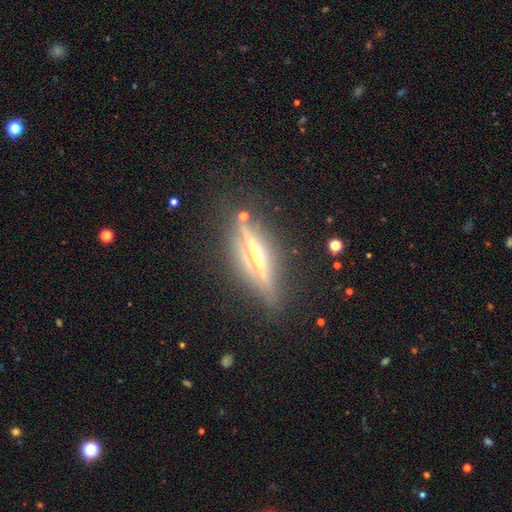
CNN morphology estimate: Q: Smooth or featured?
A: featured or disk (79%); runner-up: smooth (13%)
Q: Edge-on disk?
A: yes (95%); runner-up: no (5%)
Q: Edge-on bulge?
A: rounded (83%); runner-up: none (9%)
Q: Merging?
A: none (81%); runner-up: minor disturbance (12%)